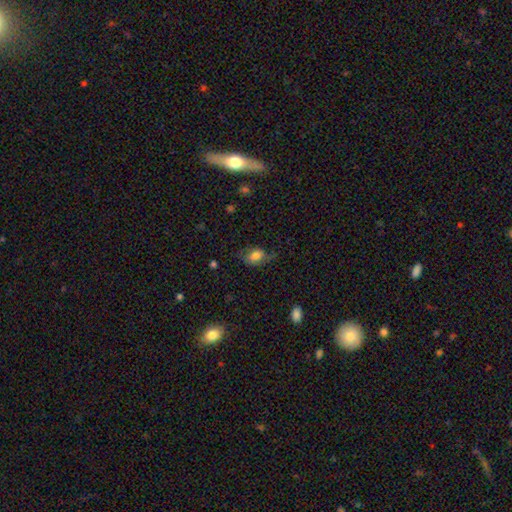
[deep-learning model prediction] A smooth galaxy with no disk features (69%) that is in between round and cigar-shaped (85%). Merging: none (54%).